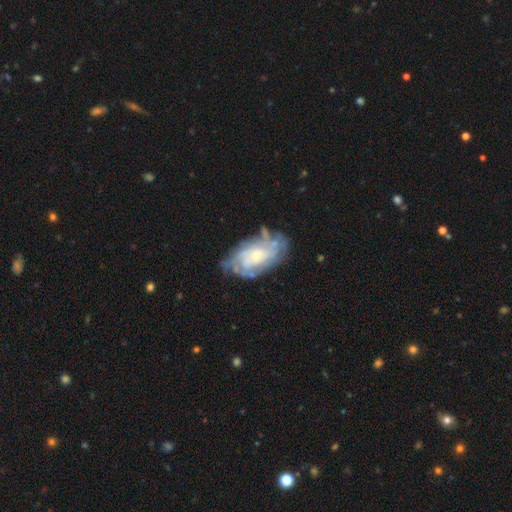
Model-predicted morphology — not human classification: smooth-or-featured: featured or disk: 74% | smooth: 19% | star or artifact: 7%
  disk-edge-on: no: 95% | yes: 5%
    bar: no: 71% | weak: 24% | strong: 5%
    has-spiral-arms: yes: 82% | no: 18%
      spiral-winding: tight: 64% | medium: 26% | loose: 9%
      spiral-arm-count: can't tell: 60% | 2: 11% | 4: 10% | 3: 9% | more than 4: 6% | 1: 4%
    bulge-size: small: 55% | moderate: 34% | none: 5% | large: 5% | dominant: 1%
  merging: none: 64% | minor disturbance: 22% | major disturbance: 10% | merger: 4%